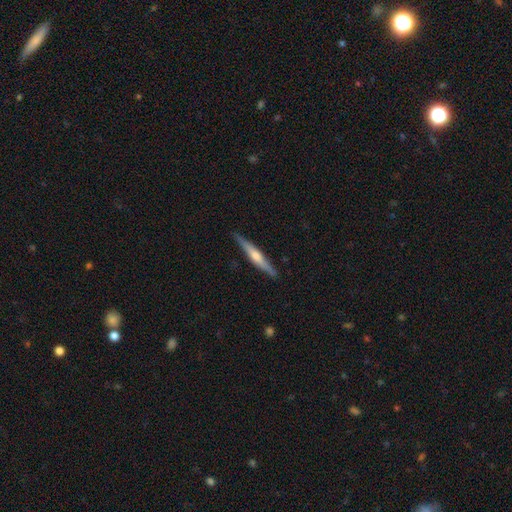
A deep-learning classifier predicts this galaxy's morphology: Smooth or featured? featured or disk (64%)
Edge-on disk? yes (97%)
Edge-on bulge? rounded (80%)
Merging? none (88%)